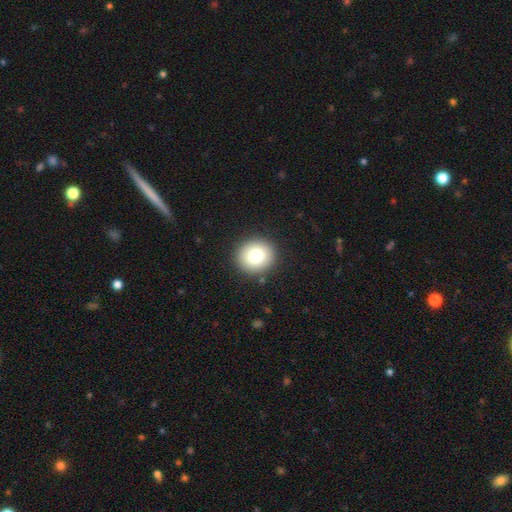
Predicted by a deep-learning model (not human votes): Overall: smooth (78%). How rounded: round (87%). Merging: none (90%).